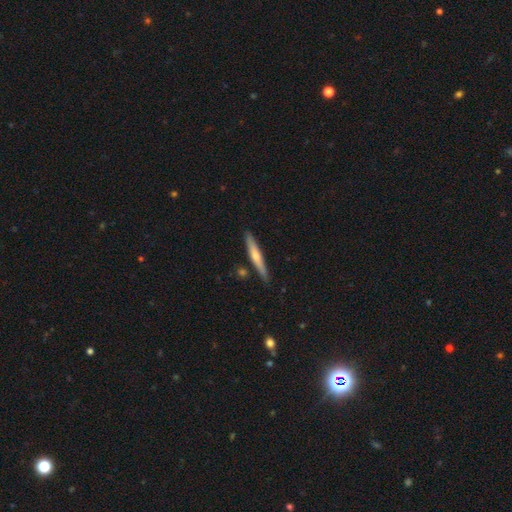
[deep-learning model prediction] Smooth or featured? smooth (48%)
Merging? none (86%)